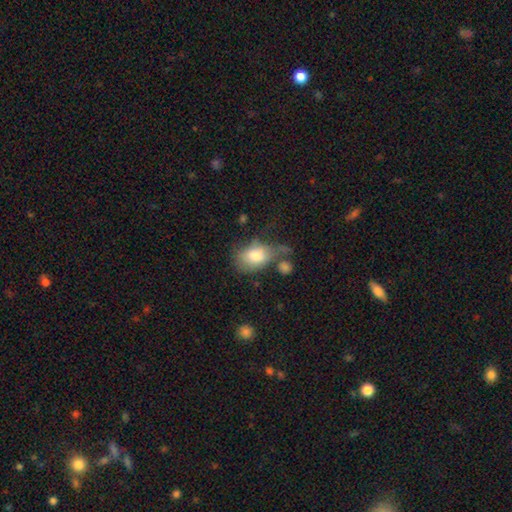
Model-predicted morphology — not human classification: A smooth galaxy with no disk features (76%) that is in between round and cigar-shaped (82%).

Vote fractions:
- Smooth or featured? smooth: 76% / featured or disk: 16% / star or artifact: 8%
- How rounded? in between: 82% / round: 16% / cigar-shaped: 2%
- Merging? none: 38% / minor disturbance: 26% / major disturbance: 20% / merger: 16%